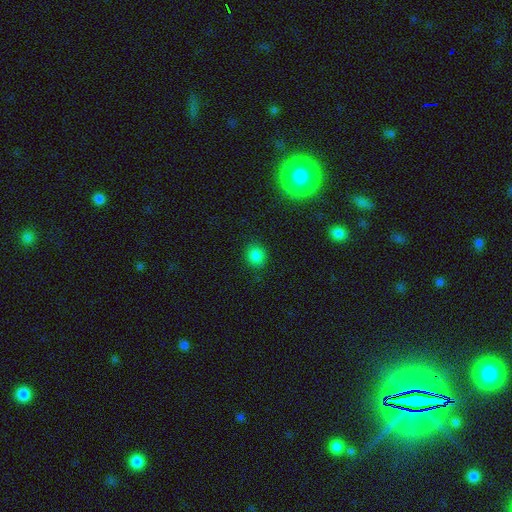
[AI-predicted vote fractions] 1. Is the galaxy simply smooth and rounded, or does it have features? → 81% smooth, 15% star or artifact, 4% featured or disk.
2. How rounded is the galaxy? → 74% round, 25% in between, 1% cigar-shaped.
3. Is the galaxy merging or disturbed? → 87% none, 9% minor disturbance, 3% major disturbance, 1% merger.